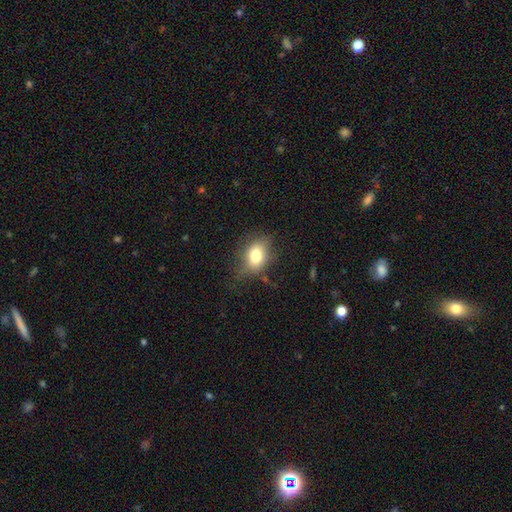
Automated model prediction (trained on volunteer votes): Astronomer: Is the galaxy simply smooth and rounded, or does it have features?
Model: smooth — 74%.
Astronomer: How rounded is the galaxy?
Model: in between — 65%.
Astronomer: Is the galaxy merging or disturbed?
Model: none — 69%.